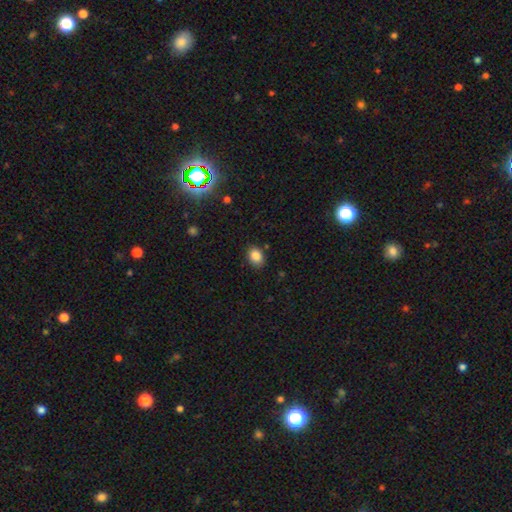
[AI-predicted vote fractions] Smooth or featured? smooth (85%)
How rounded? in between (64%)
Merging? none (85%)